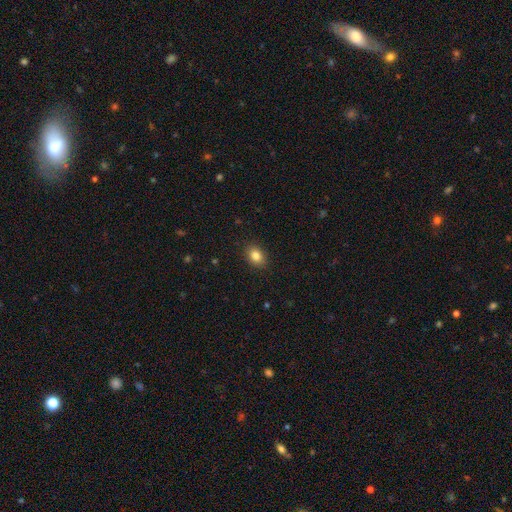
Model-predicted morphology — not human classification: Overall: smooth (84%). How rounded: in between (68%; round 31%). Merging: none (89%).